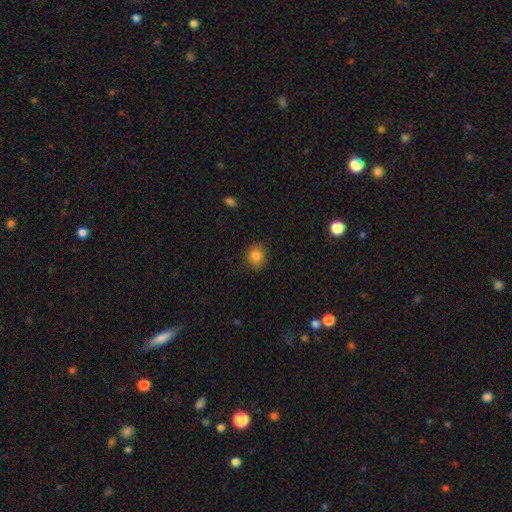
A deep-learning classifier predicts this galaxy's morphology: The model was most divided on "how rounded": round: 78%, in between: 21%, cigar-shaped: 1%. More confident: merging — none (84%); smooth or featured — smooth (83%).